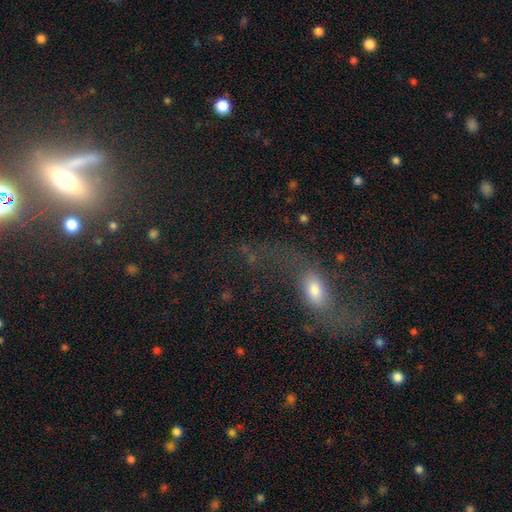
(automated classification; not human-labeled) This is likely a featured or disk galaxy (62%). It is clearly not viewed edge-on (85%). Bar: possibly no (47%). Spiral arm pattern: likely yes (76%). Central bulge: possibly moderate (51%). Merging: possibly none (50%).